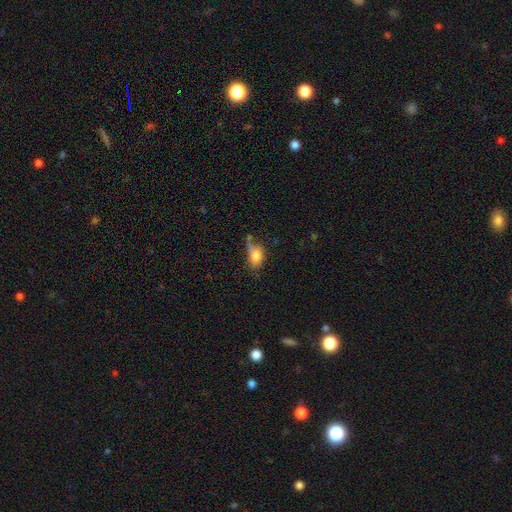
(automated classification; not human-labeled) This is likely a smooth galaxy (75%). How rounded: likely in between (76%). Merging: marginally none (38%).